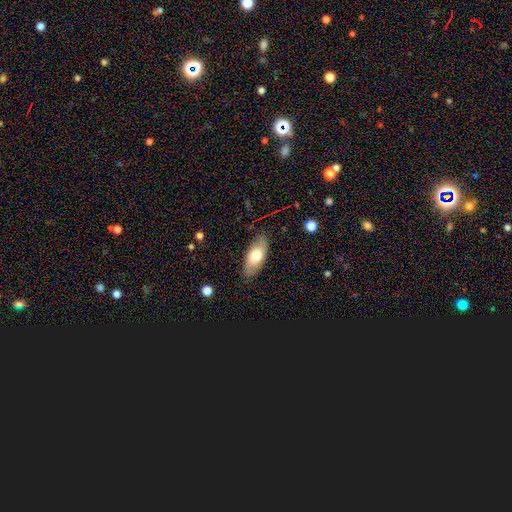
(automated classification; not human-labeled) smooth 70%, featured or disk 24%, star or artifact 6%. Down the decision tree: how rounded — in between (87%); merging — none (83%).